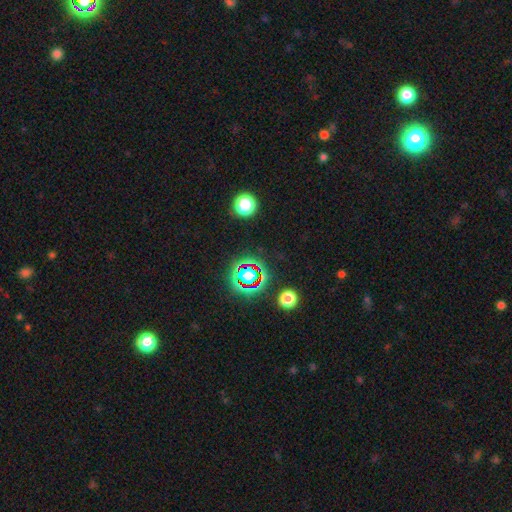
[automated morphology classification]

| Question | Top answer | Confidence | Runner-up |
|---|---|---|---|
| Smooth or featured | star or artifact | 69% | smooth (21%) |